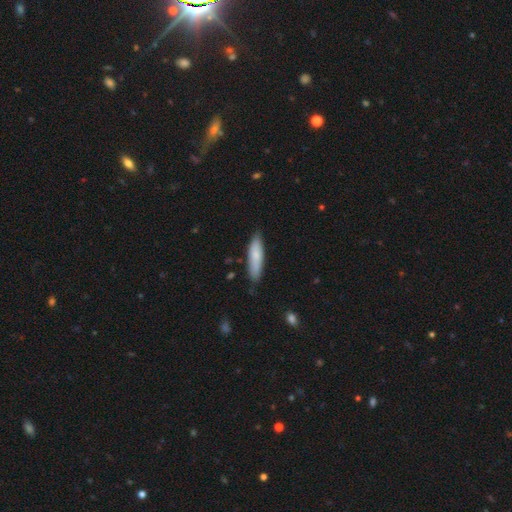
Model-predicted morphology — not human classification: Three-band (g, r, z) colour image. It shows a smooth galaxy with no disk features (77%) that is cigar-shaped (70%). Merging: none (82%).